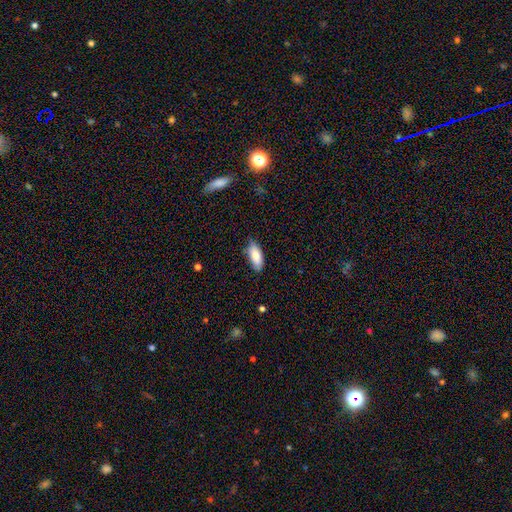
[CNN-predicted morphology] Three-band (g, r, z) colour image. It shows a smooth galaxy with no disk features (83%) that is in between round and cigar-shaped (81%). Merging: none (78%).